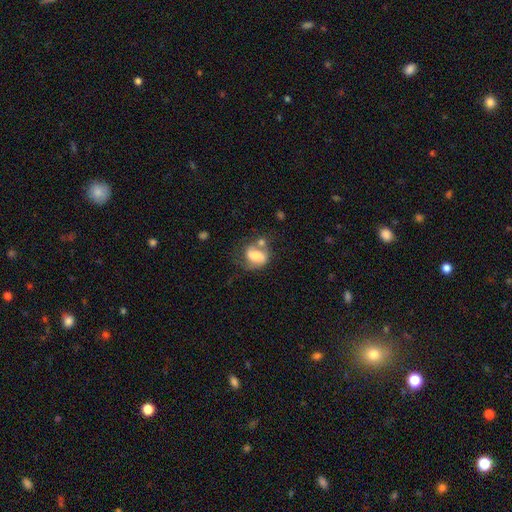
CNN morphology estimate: Overall: smooth (48%; featured or disk 44%). Merging: none (35%; merger 24%).